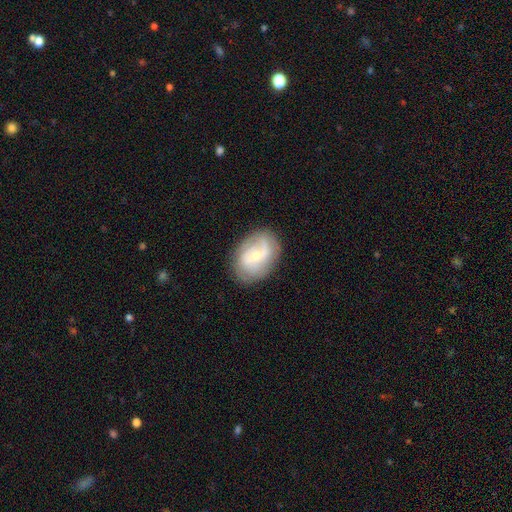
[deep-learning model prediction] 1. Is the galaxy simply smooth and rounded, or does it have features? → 66% featured or disk, 27% smooth, 6% star or artifact.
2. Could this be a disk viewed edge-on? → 97% no, 3% yes.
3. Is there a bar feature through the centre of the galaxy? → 50% no, 41% weak, 9% strong.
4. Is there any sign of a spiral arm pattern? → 85% yes, 15% no.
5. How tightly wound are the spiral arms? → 42% medium, 36% tight, 22% loose.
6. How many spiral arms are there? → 56% 2, 23% can't tell, 8% 3, 8% 1, 2% 4, 2% more than 4.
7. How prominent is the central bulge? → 55% small, 40% moderate, 2% large, 2% none, 1% dominant.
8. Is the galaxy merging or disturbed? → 78% none, 15% minor disturbance, 5% major disturbance, 1% merger.